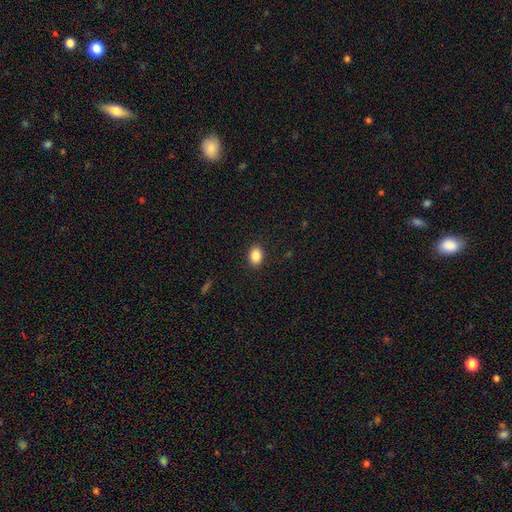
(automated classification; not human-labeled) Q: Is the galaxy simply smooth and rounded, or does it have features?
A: smooth — 86%.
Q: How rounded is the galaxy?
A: in between — 72%.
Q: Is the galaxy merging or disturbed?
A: none — 90%.